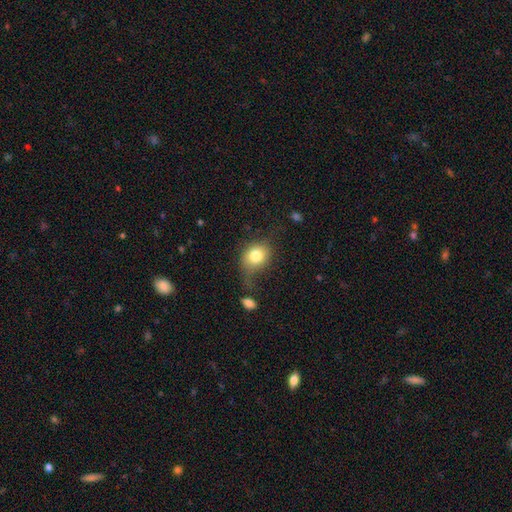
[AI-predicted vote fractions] smooth_or_featured: smooth (p=0.79) [alt: featured or disk p=0.12]
how_rounded: round (p=0.55) [alt: in between p=0.44]
merging: none (p=0.46) [alt: minor disturbance p=0.27]